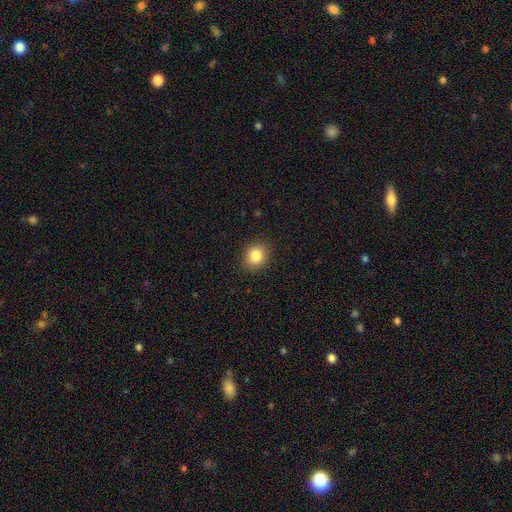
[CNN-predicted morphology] A smooth galaxy with no disk features (84%) that is round (73%).

Vote fractions:
- Smooth or featured? smooth: 84% / star or artifact: 10% / featured or disk: 6%
- How rounded? round: 73% / in between: 26% / cigar-shaped: 1%
- Merging? none: 90% / minor disturbance: 7% / major disturbance: 2% / merger: 1%